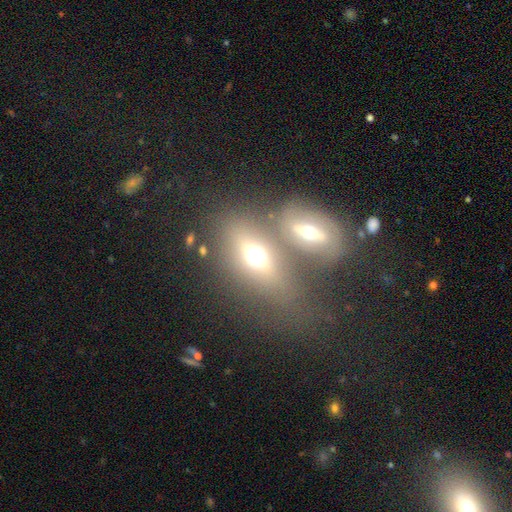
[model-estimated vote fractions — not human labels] A smooth galaxy with no disk features (55%) that is in between round and cigar-shaped (74%). Merging: none (44%).